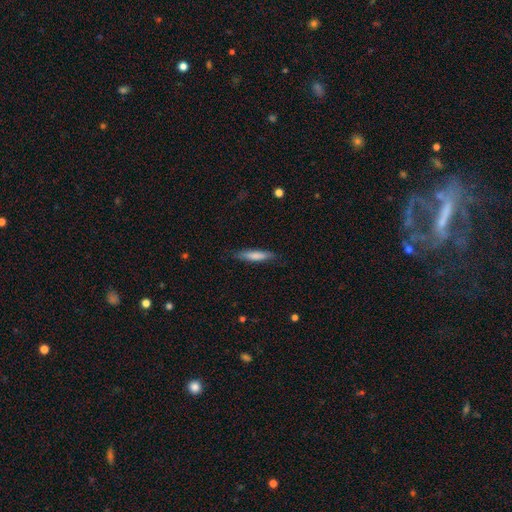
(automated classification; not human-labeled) Smooth or featured?
  - smooth: 77% *
  - featured or disk: 17%
  - star or artifact: 6%
How rounded?
  - cigar-shaped: 83% *
  - in between: 16%
  - round: 1%
Merging?
  - none: 83% *
  - minor disturbance: 13%
  - major disturbance: 3%
  - merger: 1%